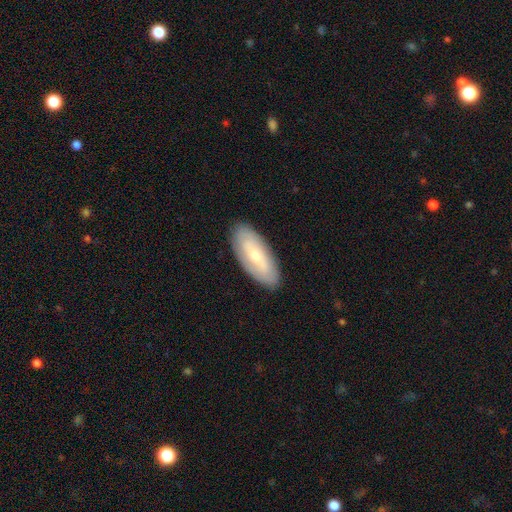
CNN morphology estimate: This is possibly a featured or disk galaxy (47%). Merging: clearly none (87%).